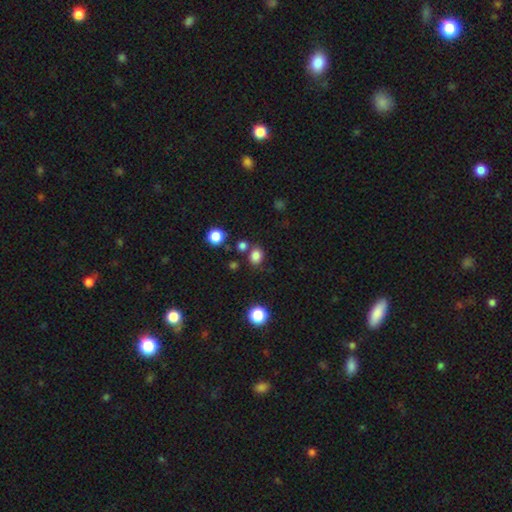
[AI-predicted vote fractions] Overall: smooth (81%). How rounded: round (61%; in between 38%). Merging: none (73%).